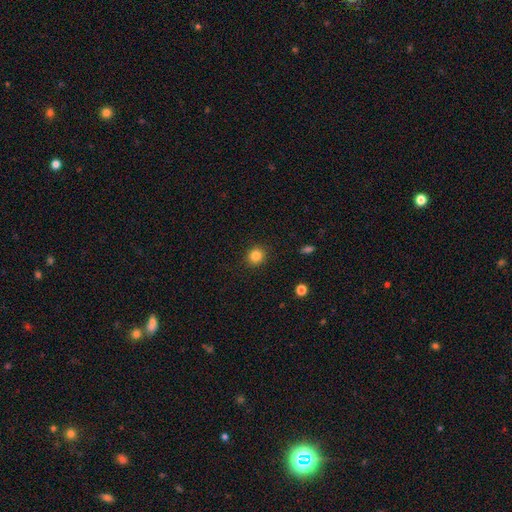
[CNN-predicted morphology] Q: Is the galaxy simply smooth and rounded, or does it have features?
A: smooth — 84%.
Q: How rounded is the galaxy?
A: round — 88%.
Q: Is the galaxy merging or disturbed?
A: none — 91%.